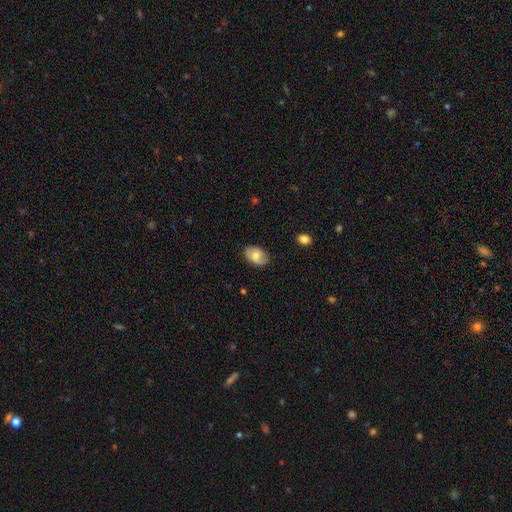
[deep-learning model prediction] A smooth galaxy with no disk features (70%) that is in between round and cigar-shaped (89%). Merging: none (78%).